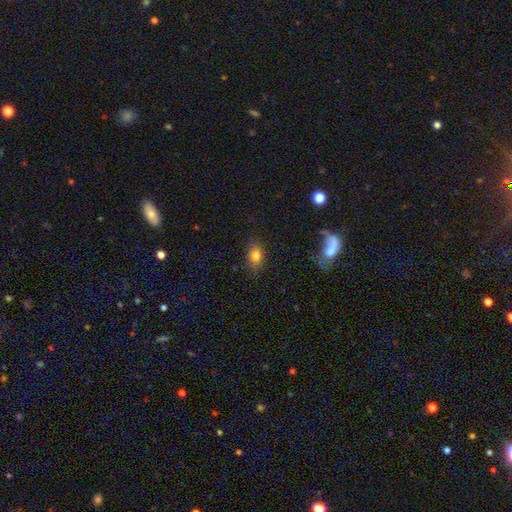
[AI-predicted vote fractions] The model was most divided on "how rounded": in between: 77%, round: 21%, cigar-shaped: 2%. More confident: merging — none (82%); smooth or featured — smooth (80%).